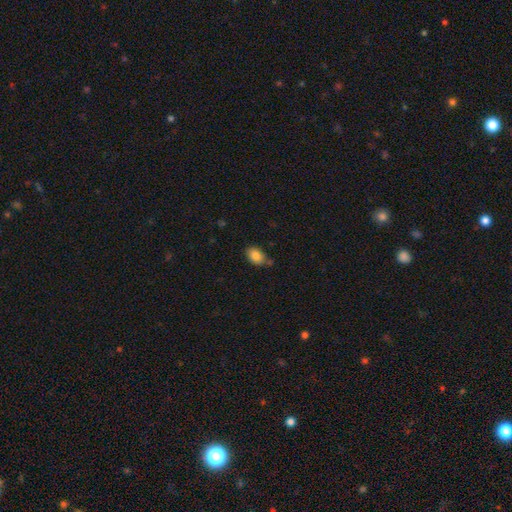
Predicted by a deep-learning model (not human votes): The model was most divided on "merging": none: 72%, minor disturbance: 18%, merger: 7%, major disturbance: 3%. More confident: smooth or featured — smooth (85%); how rounded — in between (84%).